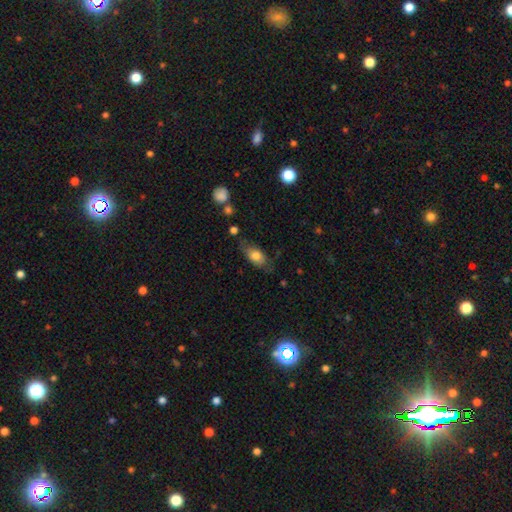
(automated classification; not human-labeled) smooth-or-featured: smooth: 73% | featured or disk: 19% | star or artifact: 7%
  how-rounded: in between: 85% | cigar-shaped: 9% | round: 7%
  merging: none: 61% | minor disturbance: 26% | major disturbance: 9% | merger: 4%